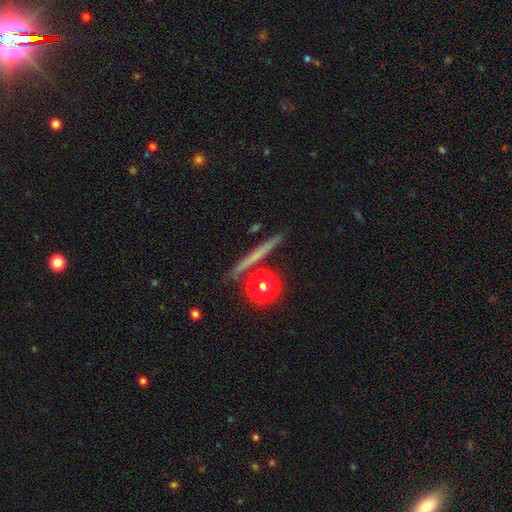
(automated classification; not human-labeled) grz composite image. It shows a smooth galaxy with no disk features (47%). Merging: none (86%).